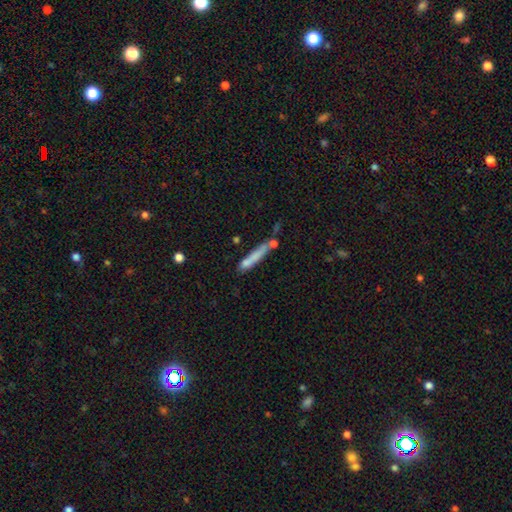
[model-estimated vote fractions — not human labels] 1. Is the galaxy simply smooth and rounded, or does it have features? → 68% smooth, 24% featured or disk, 8% star or artifact.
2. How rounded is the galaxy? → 91% cigar-shaped, 7% in between, 2% round.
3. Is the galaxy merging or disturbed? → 52% none, 22% merger, 18% minor disturbance, 8% major disturbance.